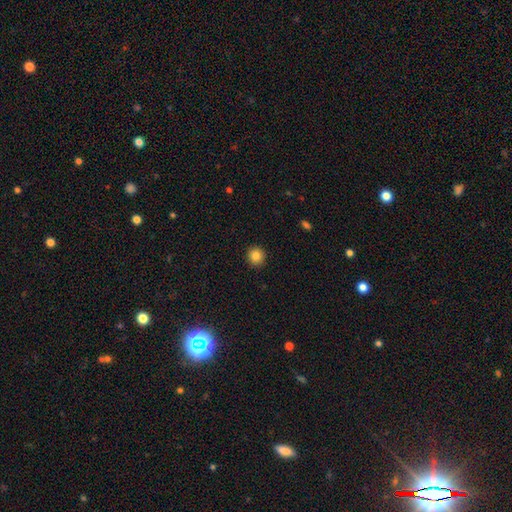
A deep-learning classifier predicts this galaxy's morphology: A smooth galaxy with no disk features (84%) that is round (94%).

Vote fractions:
- Smooth or featured? smooth: 84% / star or artifact: 11% / featured or disk: 5%
- How rounded? round: 94% / in between: 5% / cigar-shaped: 1%
- Merging? none: 93% / minor disturbance: 5% / major disturbance: 2% / merger: 1%